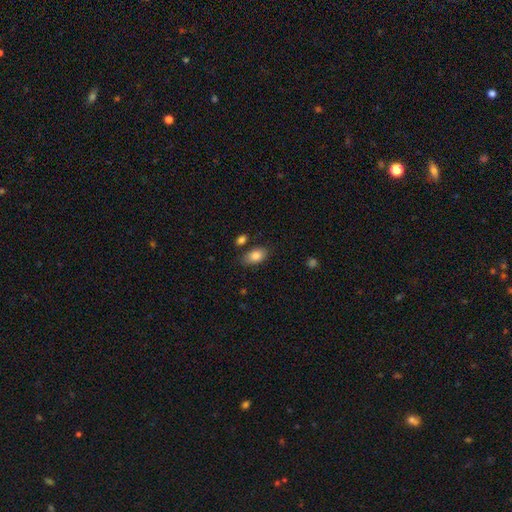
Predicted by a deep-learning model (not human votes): Q: Smooth or featured?
A: smooth (83%); runner-up: featured or disk (10%)
Q: How rounded?
A: in between (92%); runner-up: round (6%)
Q: Merging?
A: none (78%); runner-up: minor disturbance (14%)